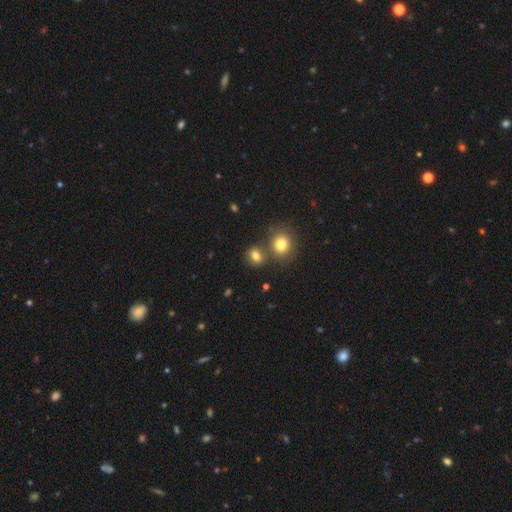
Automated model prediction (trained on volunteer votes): Smooth or featured: smooth — 77% (star or artifact — 13%)
How rounded: round — 55% (in between — 43%)
Merging: none — 61% (merger — 24%)